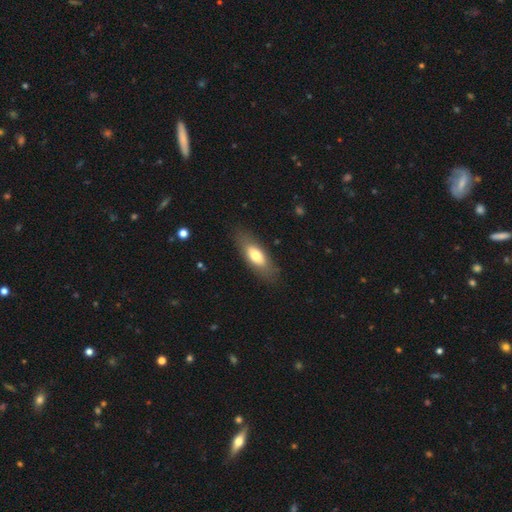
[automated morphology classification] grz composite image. It shows a smooth galaxy with no disk features (68%) that is in between round and cigar-shaped (74%). Merging: none (82%).